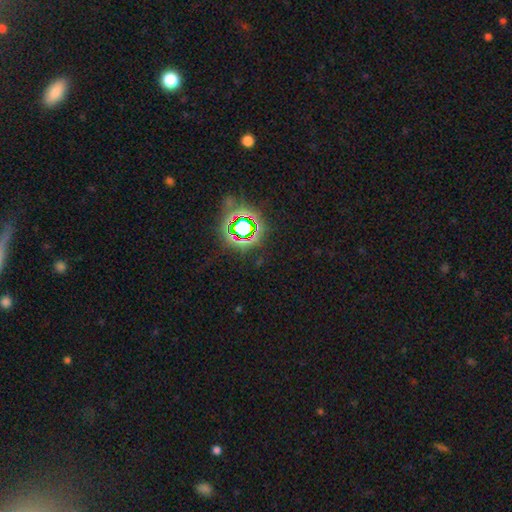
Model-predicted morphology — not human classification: Smooth or featured: star or artifact — 77% (smooth — 13%)